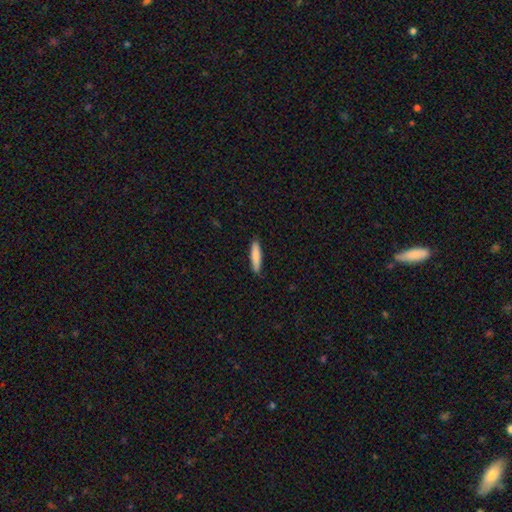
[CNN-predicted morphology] The model was most divided on "how rounded": cigar-shaped: 84%, in between: 15%, round: 1%. More confident: merging — none (89%); smooth or featured — smooth (83%).